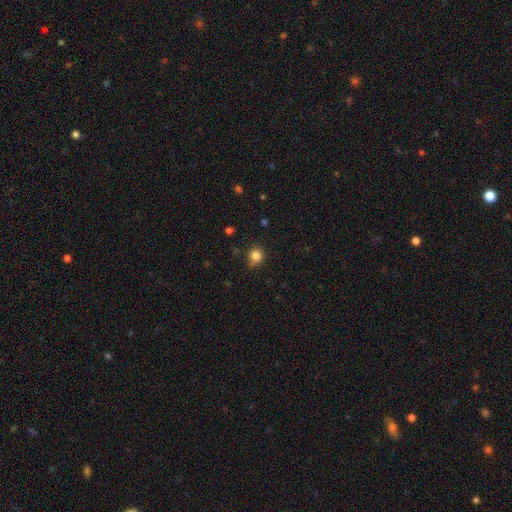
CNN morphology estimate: smooth_or_featured: smooth (p=0.84) [alt: star or artifact p=0.12]
how_rounded: round (p=0.86) [alt: in between p=0.13]
merging: none (p=0.78) [alt: minor disturbance p=0.17]